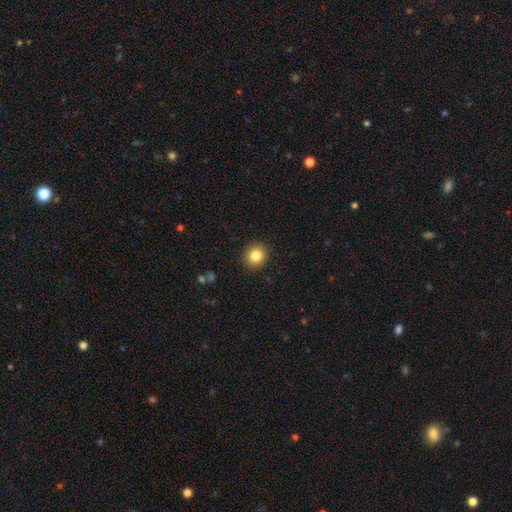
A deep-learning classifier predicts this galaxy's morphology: This is clearly a smooth galaxy (84%). How rounded: clearly round (89%). Merging: clearly none (91%).